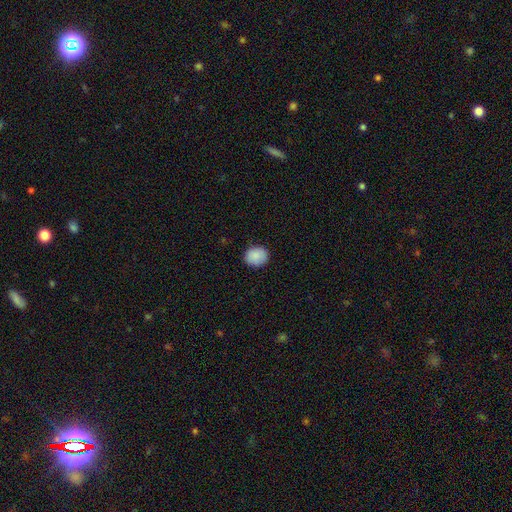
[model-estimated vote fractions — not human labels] This is clearly a smooth galaxy (89%). How rounded: likely round (68%). Merging: clearly none (86%).